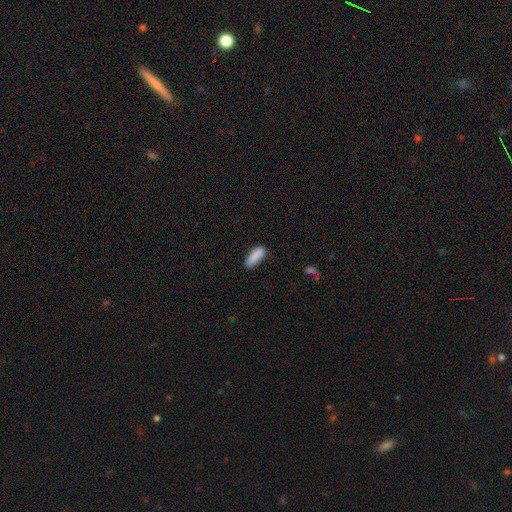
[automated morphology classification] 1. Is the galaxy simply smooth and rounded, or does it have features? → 86% smooth, 8% star or artifact, 6% featured or disk.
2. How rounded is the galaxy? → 61% in between, 37% cigar-shaped, 2% round.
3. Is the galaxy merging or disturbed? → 67% none, 24% minor disturbance, 6% major disturbance, 3% merger.